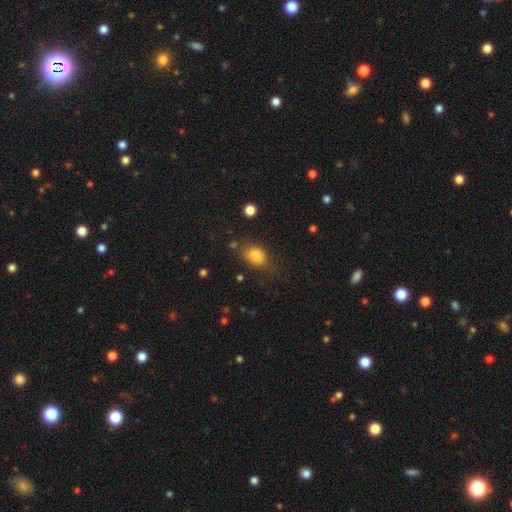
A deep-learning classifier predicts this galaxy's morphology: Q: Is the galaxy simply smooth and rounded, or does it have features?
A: smooth — 82%.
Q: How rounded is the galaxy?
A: in between — 67%.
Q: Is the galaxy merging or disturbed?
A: none — 70%.